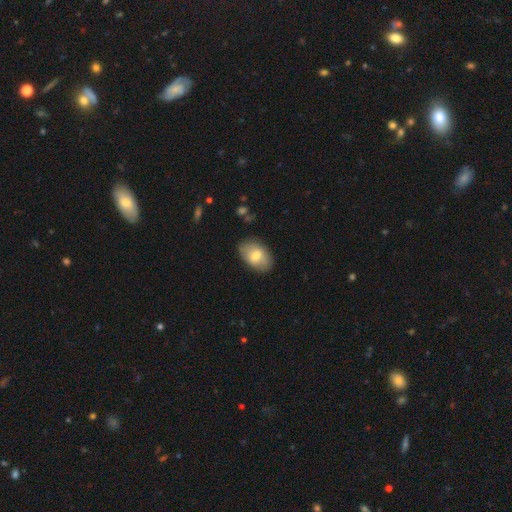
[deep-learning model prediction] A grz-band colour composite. It shows a smooth galaxy with no disk features (72%) that is in between round and cigar-shaped (88%). Merging: none (82%).